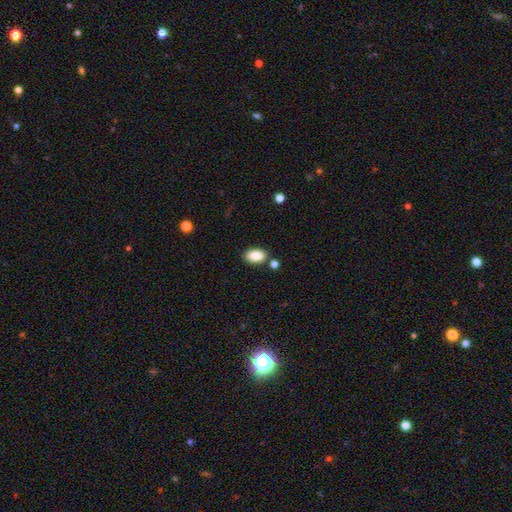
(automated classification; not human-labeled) Smooth or featured?
  - smooth: 87% *
  - star or artifact: 7%
  - featured or disk: 6%
How rounded?
  - in between: 93% *
  - round: 6%
  - cigar-shaped: 2%
Merging?
  - none: 81% *
  - minor disturbance: 10%
  - merger: 6%
  - major disturbance: 2%